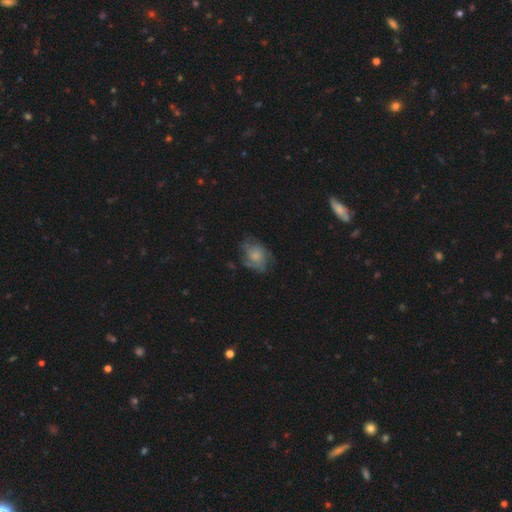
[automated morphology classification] A featured or disk galaxy (49%). Merging: none (61%).